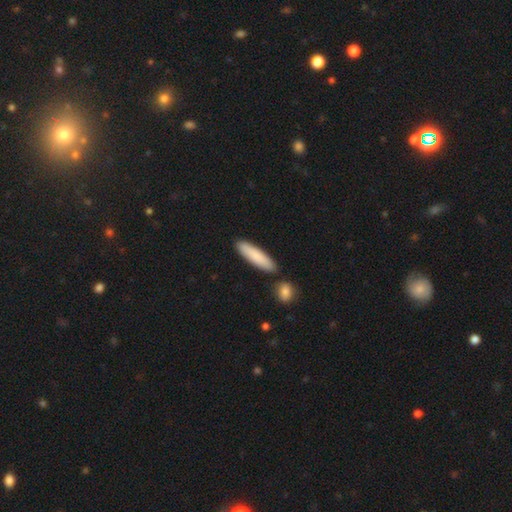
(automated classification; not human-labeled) Smooth or featured?
  - smooth: 83% *
  - featured or disk: 12%
  - star or artifact: 5%
How rounded?
  - cigar-shaped: 72% *
  - in between: 26%
  - round: 2%
Merging?
  - none: 83% *
  - minor disturbance: 9%
  - merger: 6%
  - major disturbance: 2%